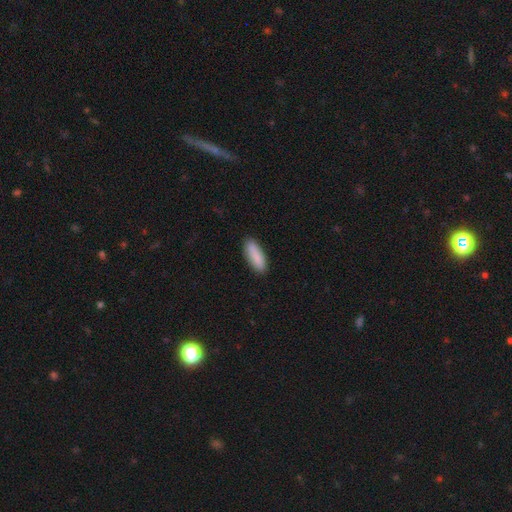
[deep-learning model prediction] This is clearly a smooth galaxy (86%). How rounded: possibly in between (59%). Merging: clearly none (87%).